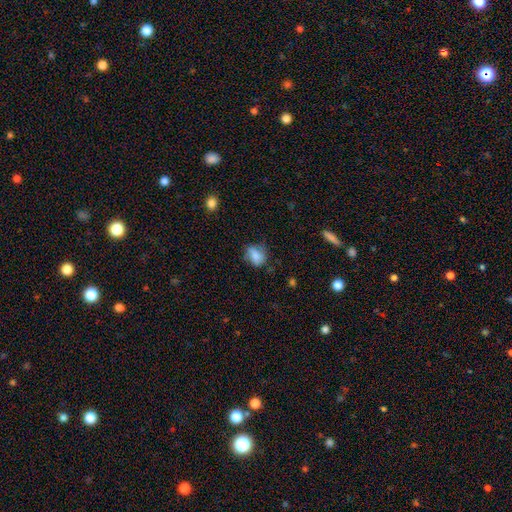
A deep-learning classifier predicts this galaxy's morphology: This is likely a smooth galaxy (73%). How rounded: possibly in between (52%). Merging: possibly none (59%).